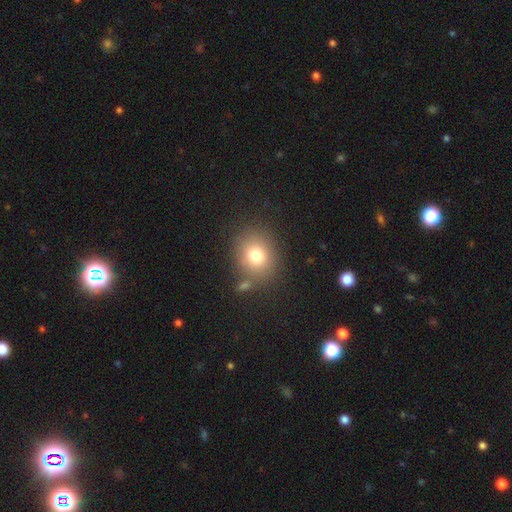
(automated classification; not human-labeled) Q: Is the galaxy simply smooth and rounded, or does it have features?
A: smooth — 77%.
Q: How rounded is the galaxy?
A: round — 70%.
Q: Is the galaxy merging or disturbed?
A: none — 76%.